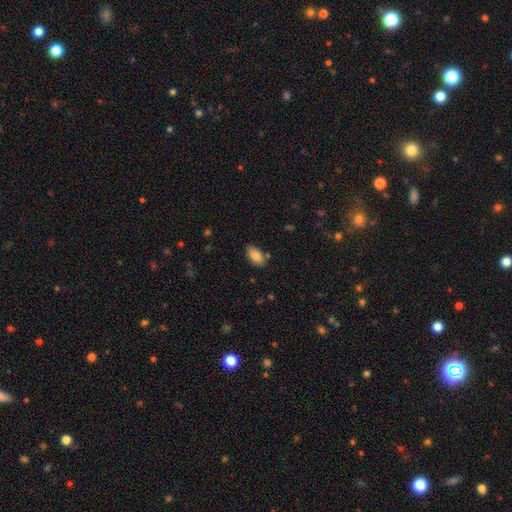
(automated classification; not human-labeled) A smooth galaxy with no disk features (83%) that is in between round and cigar-shaped (94%). Merging: none (81%).